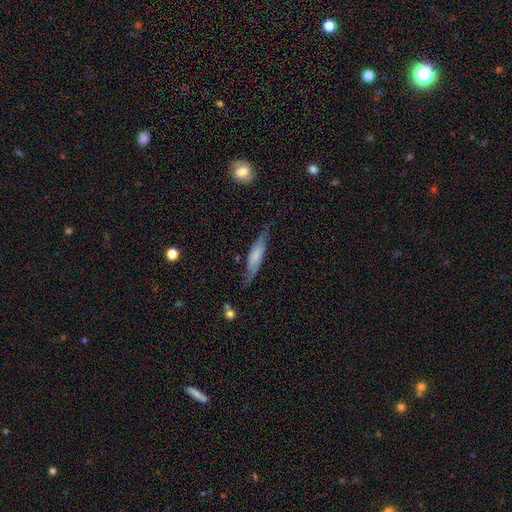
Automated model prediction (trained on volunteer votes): smooth 51%, featured or disk 43%, star or artifact 6%. Down the decision tree: how rounded — cigar-shaped (72%); merging — none (65%).